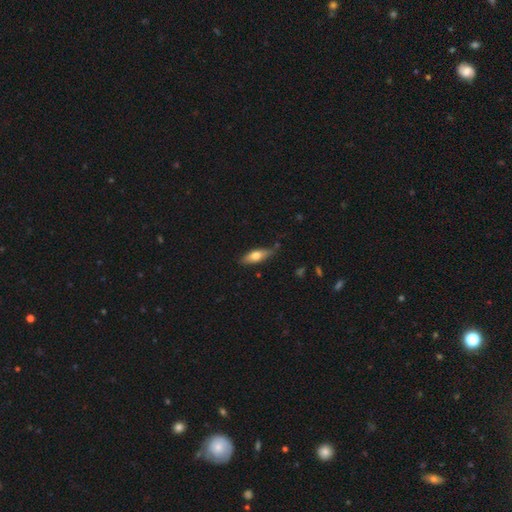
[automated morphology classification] Smooth or featured: smooth — 65% (featured or disk — 29%)
How rounded: in between — 60% (cigar-shaped — 38%)
Merging: none — 71% (minor disturbance — 22%)